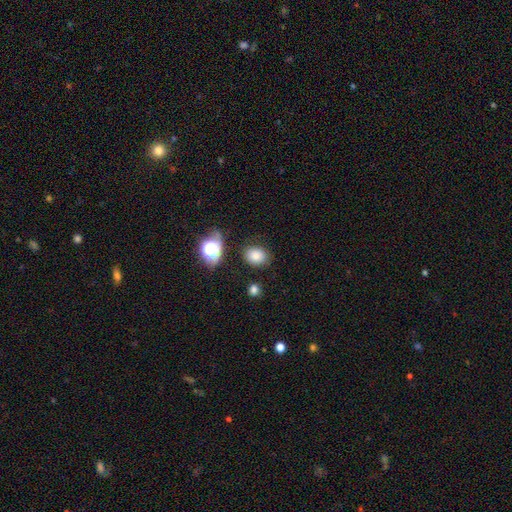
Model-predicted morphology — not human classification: smooth-or-featured: smooth: 78% | star or artifact: 15% | featured or disk: 7%
  how-rounded: in between: 53% | round: 46% | cigar-shaped: 1%
  merging: none: 80% | minor disturbance: 13% | major disturbance: 4% | merger: 3%